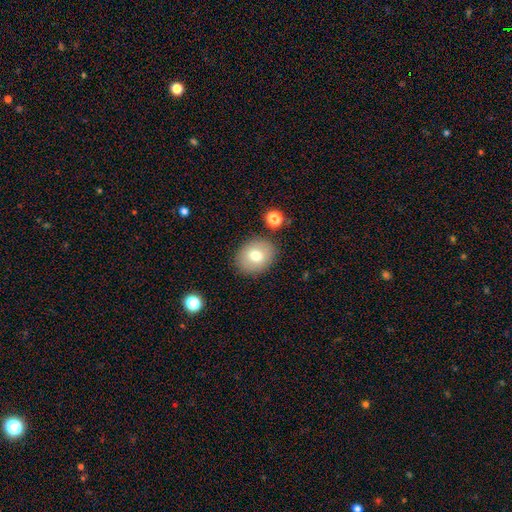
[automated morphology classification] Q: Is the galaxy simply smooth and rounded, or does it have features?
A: smooth — 75%.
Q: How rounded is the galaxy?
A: round — 55%.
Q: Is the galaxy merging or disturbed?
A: none — 84%.